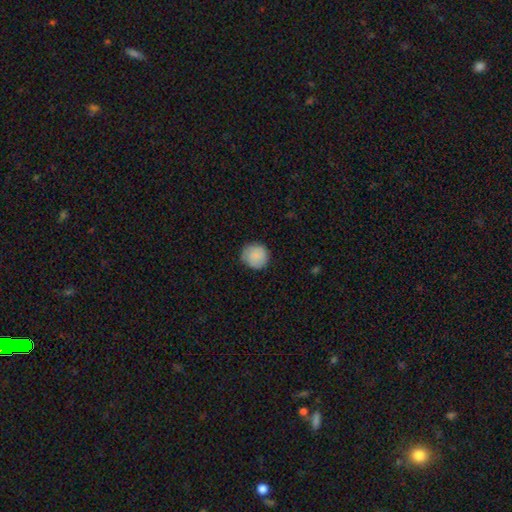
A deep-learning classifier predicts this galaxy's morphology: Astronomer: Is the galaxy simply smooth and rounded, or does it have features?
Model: smooth — 85%.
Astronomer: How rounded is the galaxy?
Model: round — 92%.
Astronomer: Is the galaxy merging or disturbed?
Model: none — 81%.